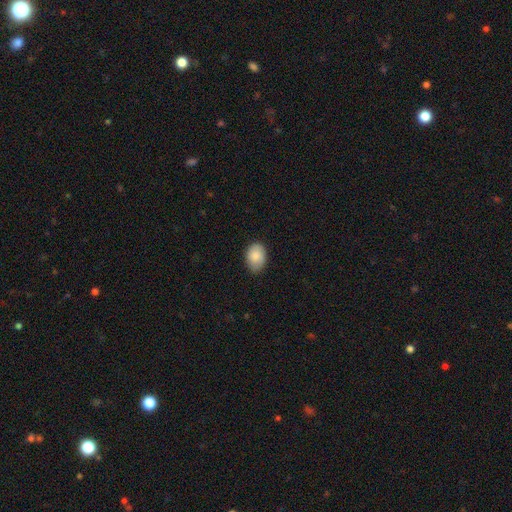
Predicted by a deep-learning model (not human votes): Morphology: type=smooth (86%); roundness=in between (79%); merging=none (76%).